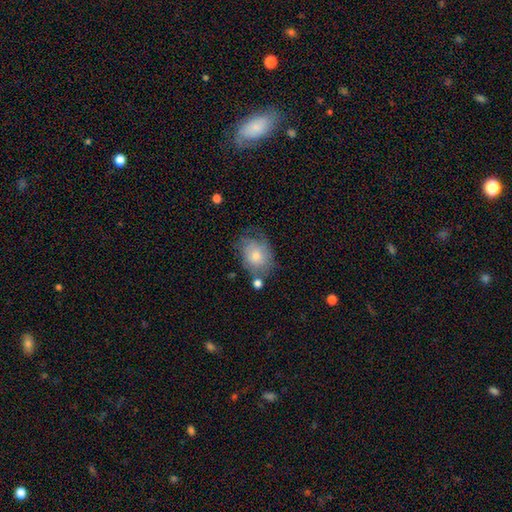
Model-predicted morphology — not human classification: Smooth or featured?
  - smooth: 59% *
  - featured or disk: 31%
  - star or artifact: 10%
How rounded?
  - in between: 56% *
  - round: 43%
  - cigar-shaped: 1%
Merging?
  - none: 52% *
  - minor disturbance: 28%
  - major disturbance: 15%
  - merger: 6%